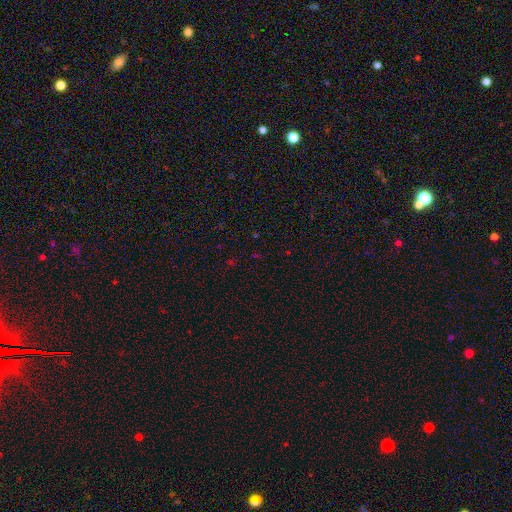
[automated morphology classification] A star or artifact, not a galaxy (64%).